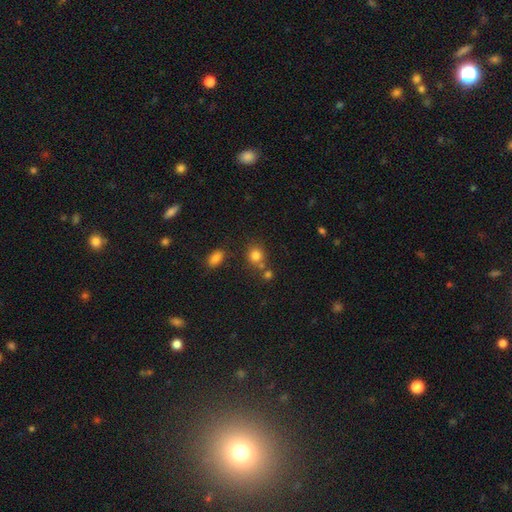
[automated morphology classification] Q: Smooth or featured?
A: smooth (80%); runner-up: star or artifact (13%)
Q: How rounded?
A: round (79%); runner-up: in between (20%)
Q: Merging?
A: none (65%); runner-up: merger (20%)